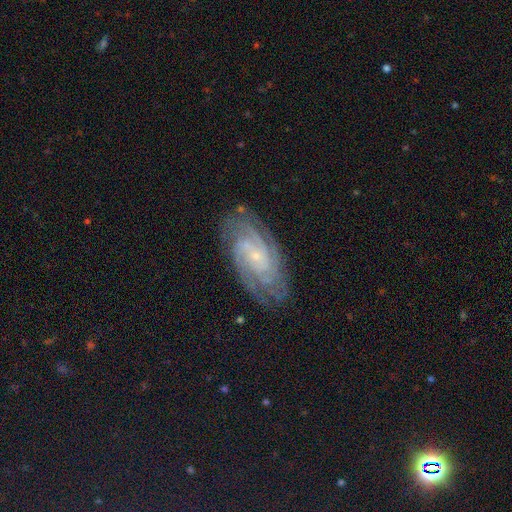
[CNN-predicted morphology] A featured or disk galaxy (87%) with no bar (64%), tight (71%) spiral arms (98%) and a small central bulge (83%). Merging: none (81%).